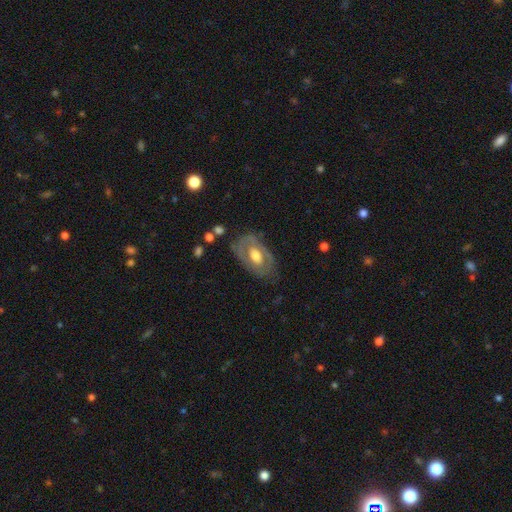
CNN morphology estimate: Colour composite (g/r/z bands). It shows a featured or disk galaxy (59%) with no bar (69%), no spiral arms (66%) and a moderate central bulge (60%). Merging: none (68%).